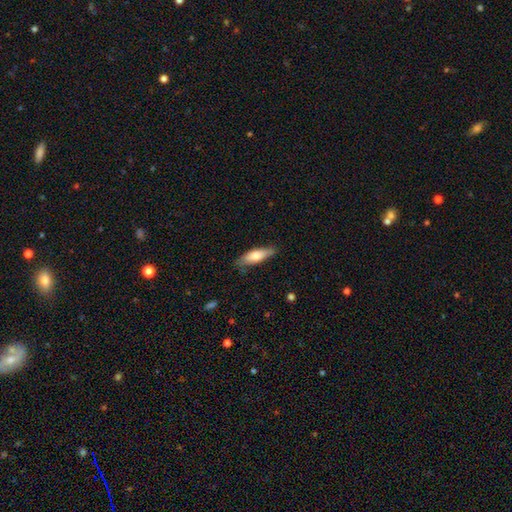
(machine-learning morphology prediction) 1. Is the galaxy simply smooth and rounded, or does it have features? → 70% smooth, 24% featured or disk, 6% star or artifact.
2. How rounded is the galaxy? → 51% cigar-shaped, 47% in between, 2% round.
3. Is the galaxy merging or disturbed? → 78% none, 17% minor disturbance, 3% major disturbance, 1% merger.